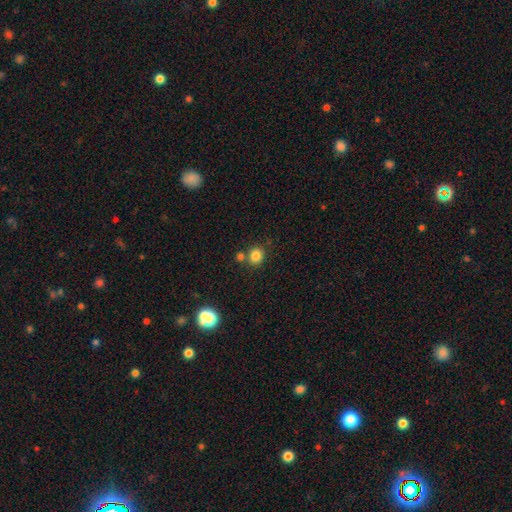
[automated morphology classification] Q: Smooth or featured?
A: smooth (82%); runner-up: star or artifact (12%)
Q: How rounded?
A: round (81%); runner-up: in between (18%)
Q: Merging?
A: none (69%); runner-up: merger (19%)